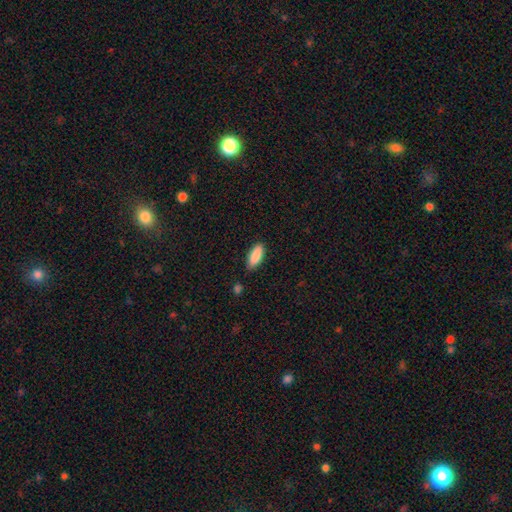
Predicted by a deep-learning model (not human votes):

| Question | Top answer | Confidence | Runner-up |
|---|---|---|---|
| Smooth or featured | smooth | 88% | star or artifact (6%) |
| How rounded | in between | 77% | cigar-shaped (21%) |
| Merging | none | 84% | minor disturbance (12%) |